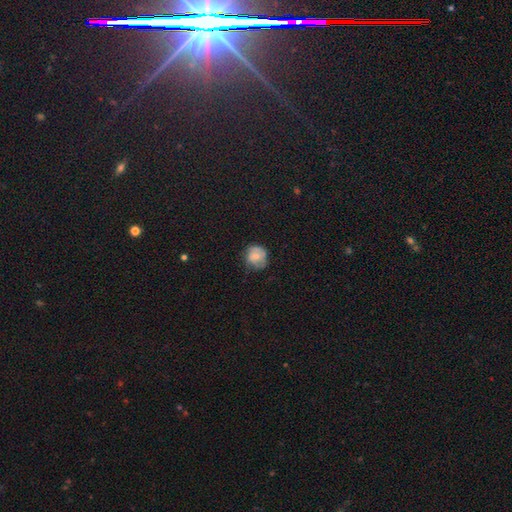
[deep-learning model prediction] Smooth or featured: smooth — 59% (featured or disk — 31%)
How rounded: round — 80% (in between — 19%)
Merging: none — 59% (minor disturbance — 28%)